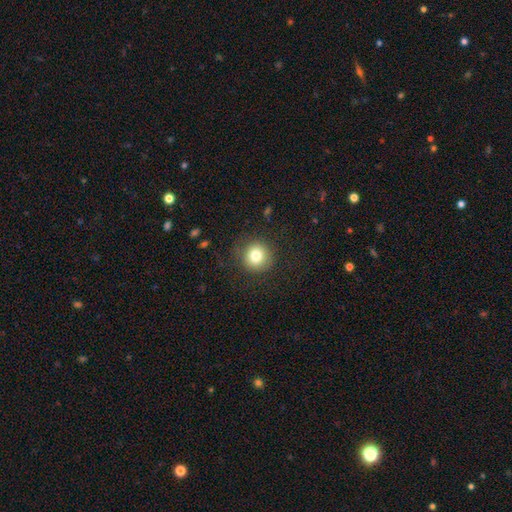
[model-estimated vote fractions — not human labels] Smooth or featured? Predicted: smooth (p=0.80). How rounded? Predicted: round (p=0.92). Merging? Predicted: none (p=0.84).